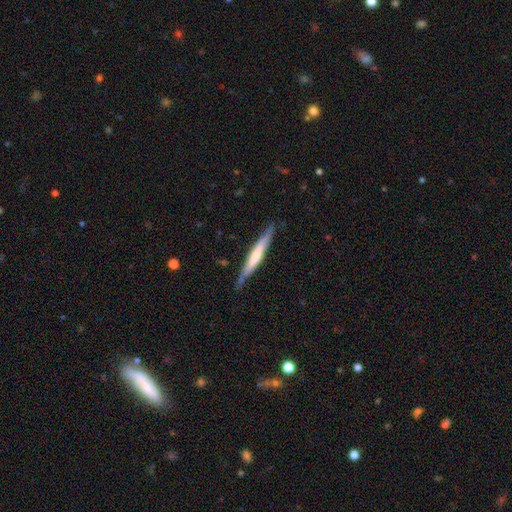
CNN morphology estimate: A smooth galaxy with no disk features (48%).

Vote fractions:
- Smooth or featured? smooth: 48% / featured or disk: 47% / star or artifact: 5%
- Merging? none: 80% / minor disturbance: 16% / major disturbance: 2% / merger: 1%